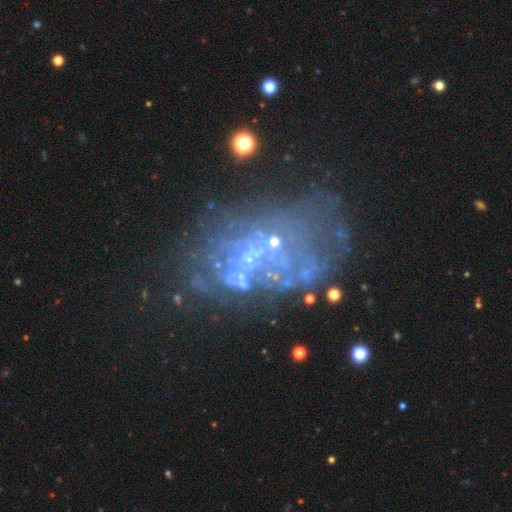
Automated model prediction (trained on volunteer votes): featured or disk 62%, star or artifact 23%, smooth 14%. Down the decision tree: edge-on disk — no (97%); bar — no (87%); spiral arms — no (88%); bulge size — none (59%); merging — none (41%).